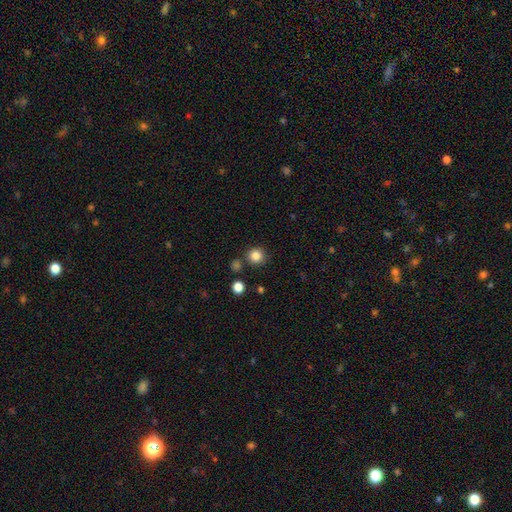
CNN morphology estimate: smooth_or_featured: smooth (p=0.85) [alt: star or artifact p=0.11]
how_rounded: round (p=0.93) [alt: in between p=0.06]
merging: none (p=0.84) [alt: minor disturbance p=0.08]